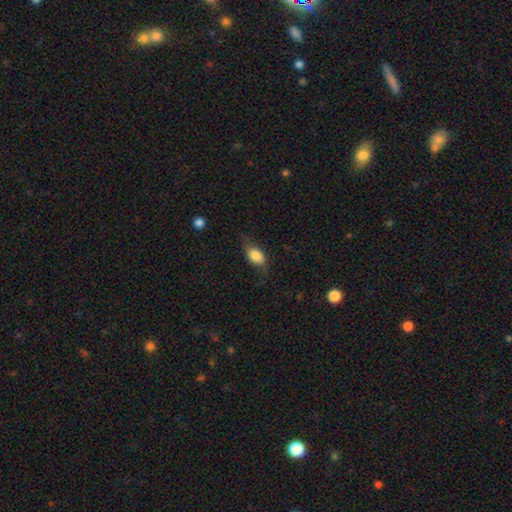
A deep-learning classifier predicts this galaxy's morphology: smooth 76%, featured or disk 16%, star or artifact 8%. Down the decision tree: how rounded — in between (84%); merging — none (61%).